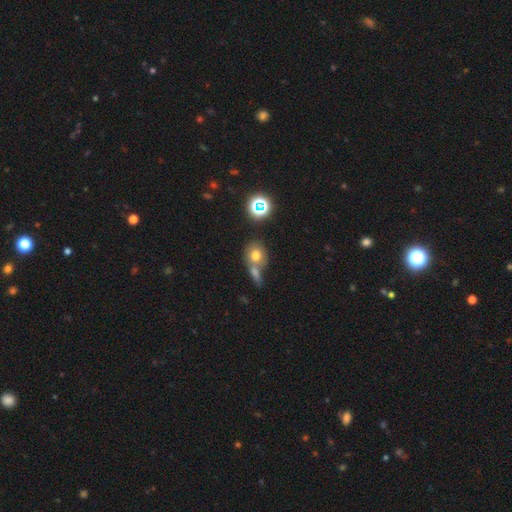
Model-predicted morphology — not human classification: Smooth or featured? smooth (69%)
How rounded? round (68%)
Merging? merger (46%)